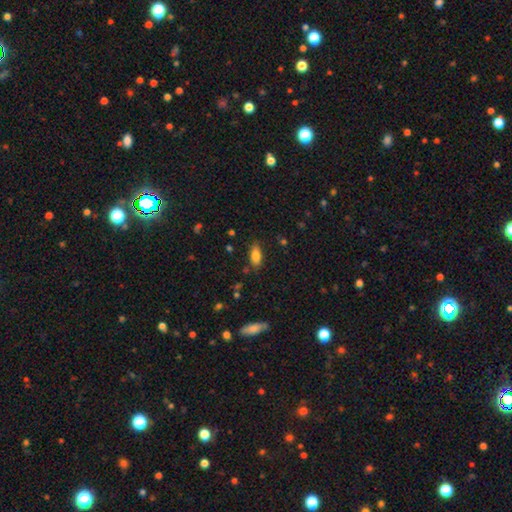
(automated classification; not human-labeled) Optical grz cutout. It shows a smooth galaxy with no disk features (81%) that is in between round and cigar-shaped (83%). Merging: none (80%).